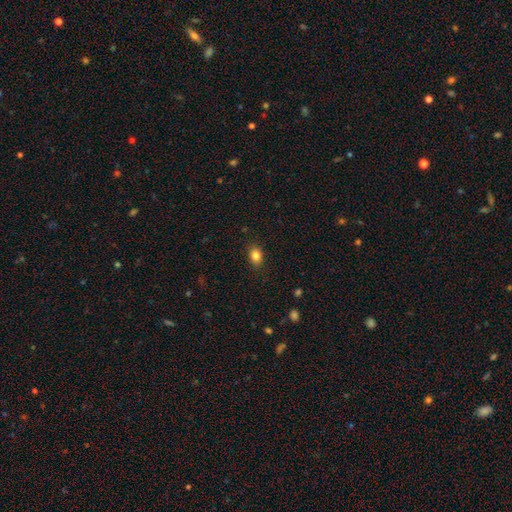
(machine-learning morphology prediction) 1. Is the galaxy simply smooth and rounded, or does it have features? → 84% smooth, 10% star or artifact, 6% featured or disk.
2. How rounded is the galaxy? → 73% in between, 25% round, 1% cigar-shaped.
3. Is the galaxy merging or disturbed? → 86% none, 11% minor disturbance, 3% major disturbance, 1% merger.